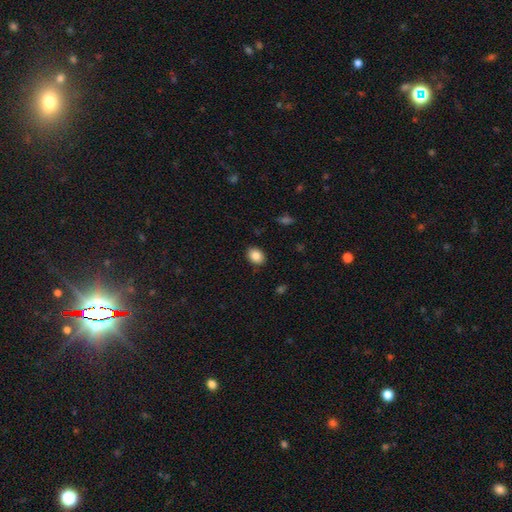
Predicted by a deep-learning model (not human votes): Smooth or featured?
  - smooth: 85% *
  - star or artifact: 8%
  - featured or disk: 7%
How rounded?
  - in between: 67% *
  - round: 32%
  - cigar-shaped: 1%
Merging?
  - none: 88% *
  - minor disturbance: 9%
  - major disturbance: 2%
  - merger: 1%